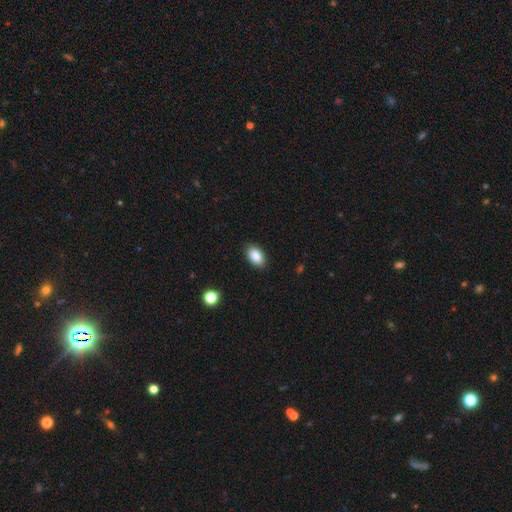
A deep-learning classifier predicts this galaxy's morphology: A smooth galaxy with no disk features (85%) that is in between round and cigar-shaped (90%). Merging: none (89%).